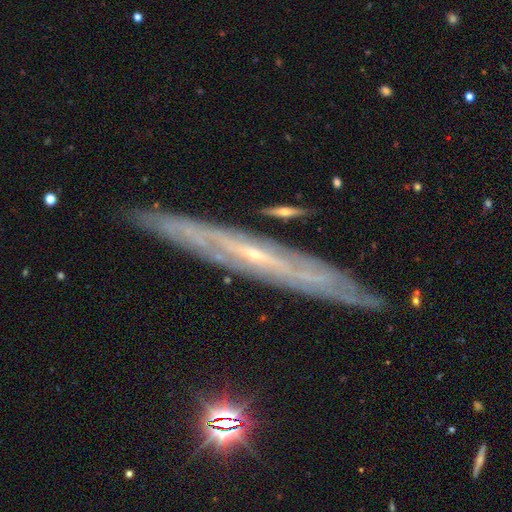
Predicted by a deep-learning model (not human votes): smooth_or_featured: featured or disk (p=0.76) [alt: smooth p=0.15]
disk_edge_on: yes (p=0.83) [alt: no p=0.17]
edge_on_bulge: none (p=0.59) [alt: rounded p=0.38]
merging: none (p=0.86) [alt: minor disturbance p=0.10]